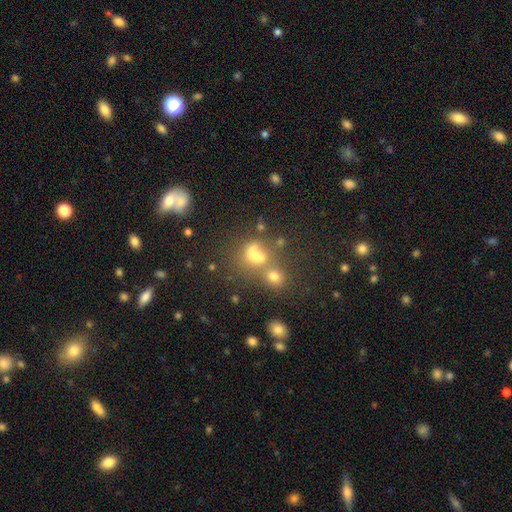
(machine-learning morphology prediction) type=smooth (52%); roundness=round (68%); merging=none (44%).